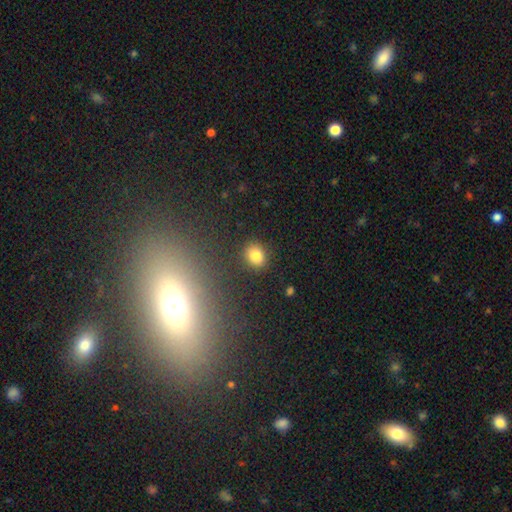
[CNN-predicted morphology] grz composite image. It shows a smooth galaxy with no disk features (82%) that is round (60%). Merging: none (85%).